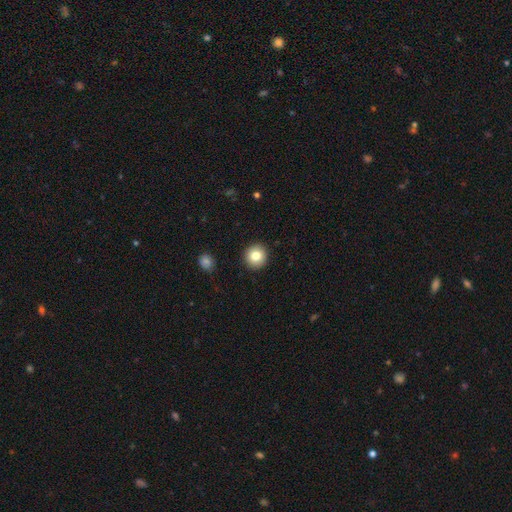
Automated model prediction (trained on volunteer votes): A smooth galaxy with no disk features (82%) that is round (94%).

Vote fractions:
- Smooth or featured? smooth: 82% / star or artifact: 9% / featured or disk: 8%
- How rounded? round: 94% / in between: 5% / cigar-shaped: 1%
- Merging? none: 92% / minor disturbance: 5% / major disturbance: 2% / merger: 1%